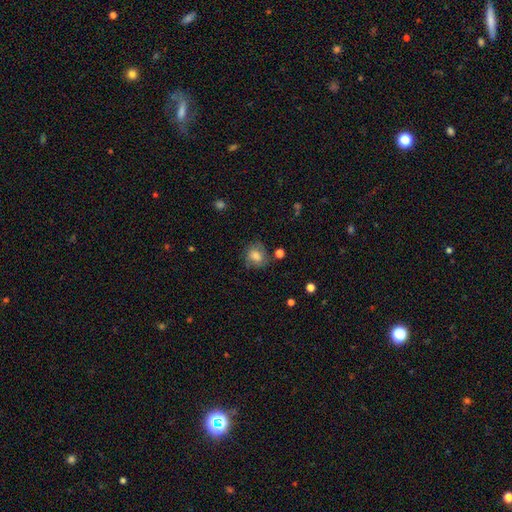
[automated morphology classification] The model was most divided on "how rounded": round: 69%, in between: 30%, cigar-shaped: 1%. More confident: smooth or featured — smooth (73%); merging — none (66%).